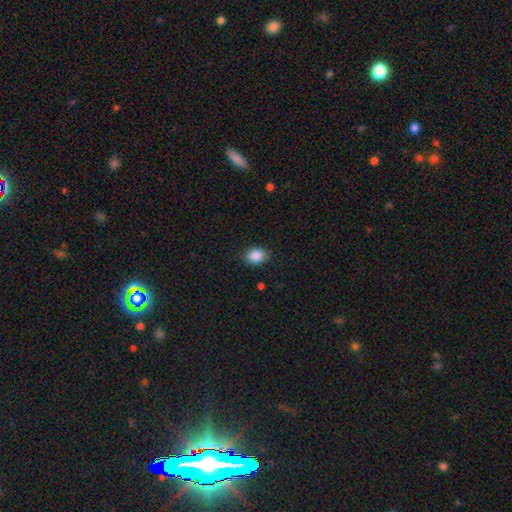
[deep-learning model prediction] Smooth or featured?
  - smooth: 88% *
  - star or artifact: 9%
  - featured or disk: 3%
How rounded?
  - in between: 56% *
  - round: 43%
  - cigar-shaped: 1%
Merging?
  - none: 84% *
  - minor disturbance: 12%
  - major disturbance: 3%
  - merger: 1%